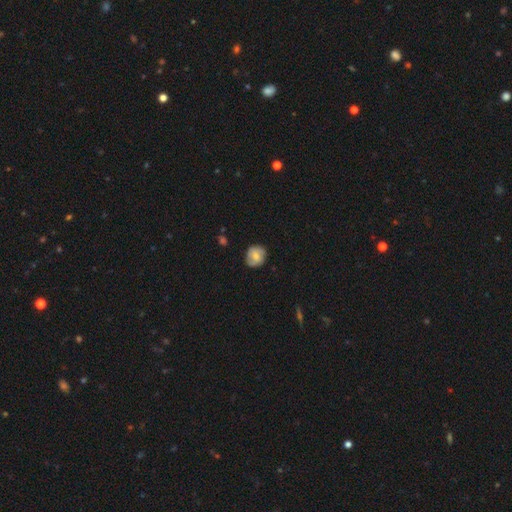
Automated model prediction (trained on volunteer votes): Smooth or featured? Predicted: smooth (p=0.64). How rounded? Predicted: round (p=0.76). Merging? Predicted: none (p=0.80).